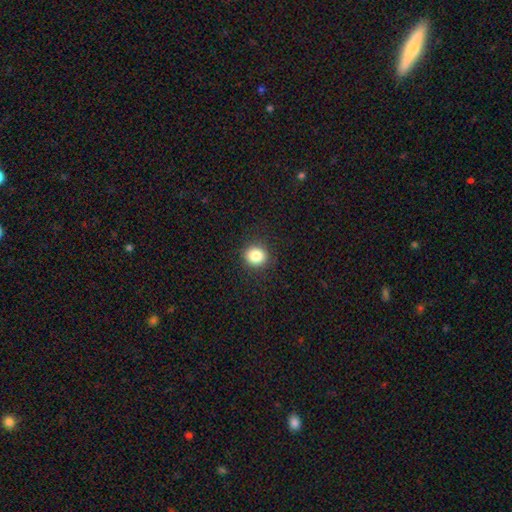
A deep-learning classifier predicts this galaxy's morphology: Smooth or featured? smooth (85%)
How rounded? round (86%)
Merging? none (90%)